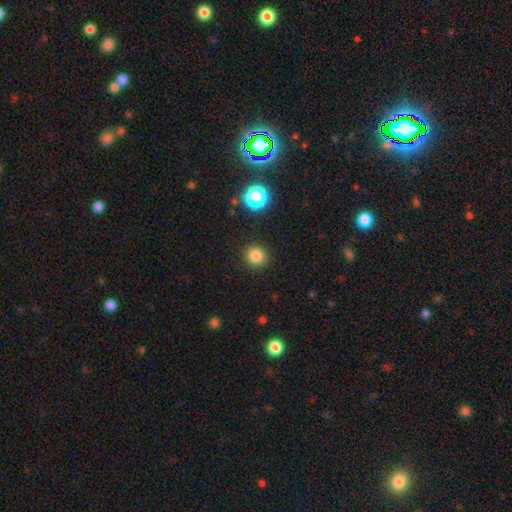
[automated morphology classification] This appears to be a smooth galaxy with no disk features (82%) that is round (90%). Merging: none (90%).